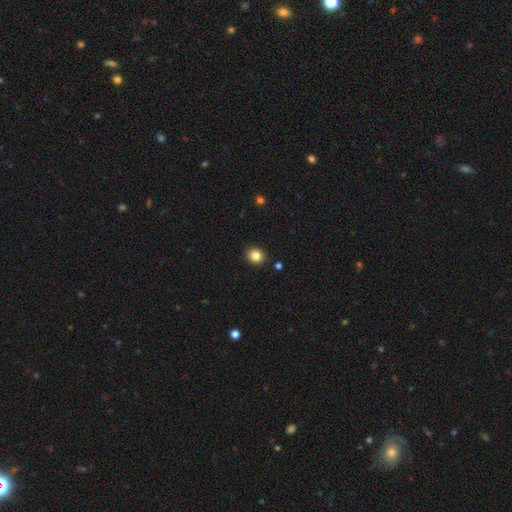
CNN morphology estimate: A smooth galaxy with no disk features (84%) that is round (77%). Merging: none (91%).